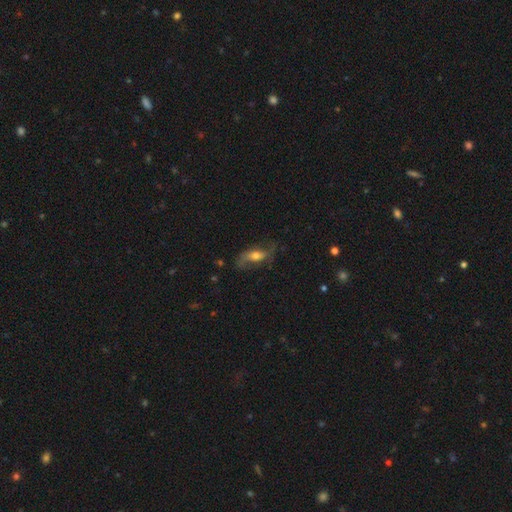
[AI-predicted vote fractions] This appears to be a featured or disk galaxy (65%) with no bar (50%), spiral arms (86%) and a moderate central bulge (58%). Merging: none (62%).